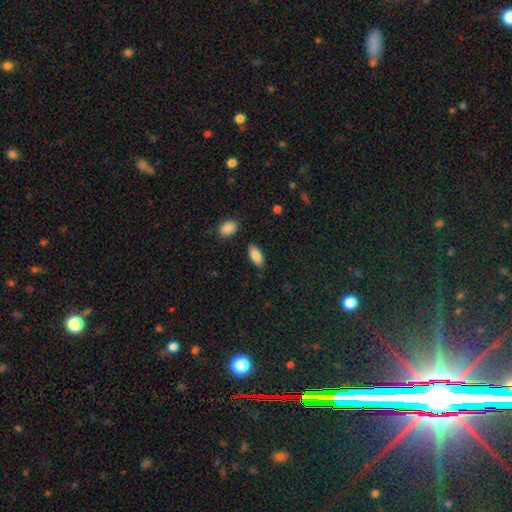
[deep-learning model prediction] Q: Smooth or featured?
A: smooth (87%); runner-up: star or artifact (7%)
Q: How rounded?
A: in between (85%); runner-up: cigar-shaped (13%)
Q: Merging?
A: none (86%); runner-up: minor disturbance (10%)